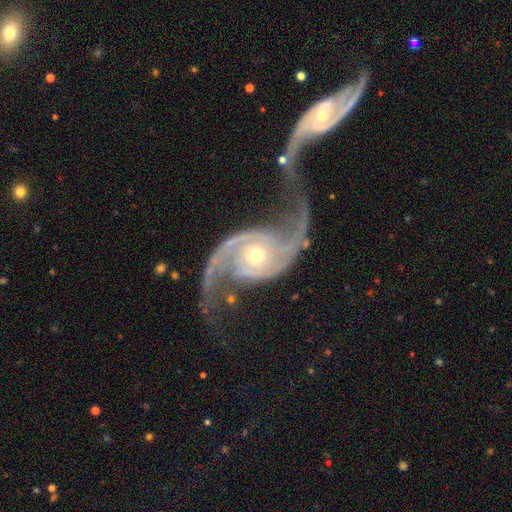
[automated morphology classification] Q: Smooth or featured?
A: featured or disk (93%); runner-up: star or artifact (4%)
Q: Edge-on disk?
A: no (98%); runner-up: yes (2%)
Q: Bar?
A: no (65%); runner-up: weak (24%)
Q: Spiral arms?
A: yes (98%); runner-up: no (2%)
Q: Spiral winding?
A: loose (59%); runner-up: medium (32%)
Q: Spiral arm count?
A: 2 (94%); runner-up: can't tell (1%)
Q: Bulge size?
A: moderate (56%); runner-up: small (39%)
Q: Merging?
A: none (52%); runner-up: major disturbance (18%)